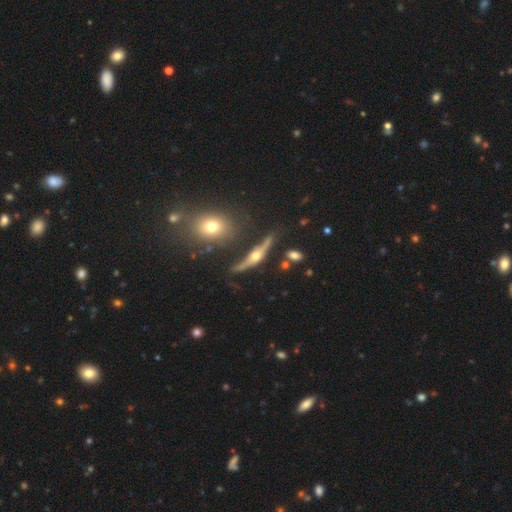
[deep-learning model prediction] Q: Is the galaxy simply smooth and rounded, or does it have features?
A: featured or disk — 79%.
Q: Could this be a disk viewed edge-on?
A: yes — 91%.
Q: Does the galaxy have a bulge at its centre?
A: rounded — 95%.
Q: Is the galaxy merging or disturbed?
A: none — 68%.